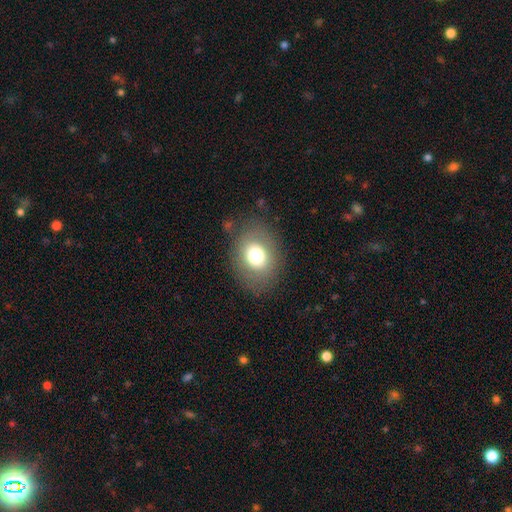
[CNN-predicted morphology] A smooth galaxy with no disk features (69%) that is in between round and cigar-shaped (56%). Merging: none (80%).